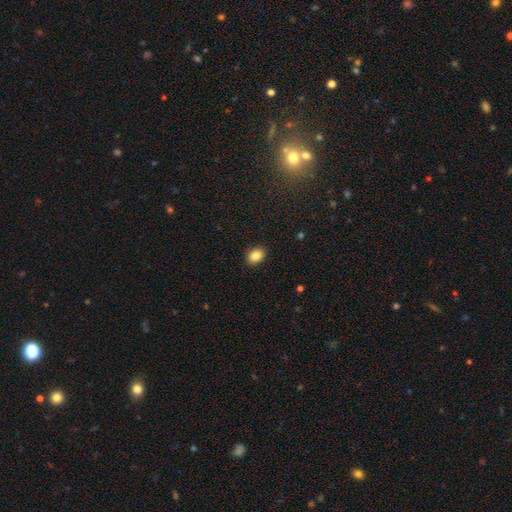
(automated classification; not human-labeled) Smooth or featured?
  - smooth: 87% *
  - star or artifact: 9%
  - featured or disk: 4%
How rounded?
  - in between: 63% *
  - round: 36%
  - cigar-shaped: 1%
Merging?
  - none: 90% *
  - minor disturbance: 7%
  - major disturbance: 2%
  - merger: 1%